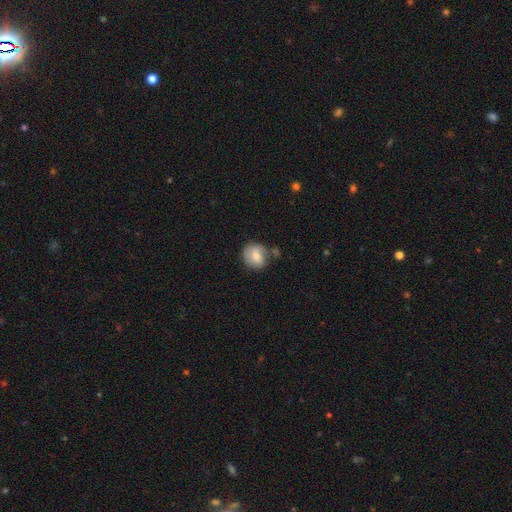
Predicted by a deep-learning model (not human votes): This appears to be a smooth galaxy with no disk features (71%) that is round (77%). Merging: none (61%).